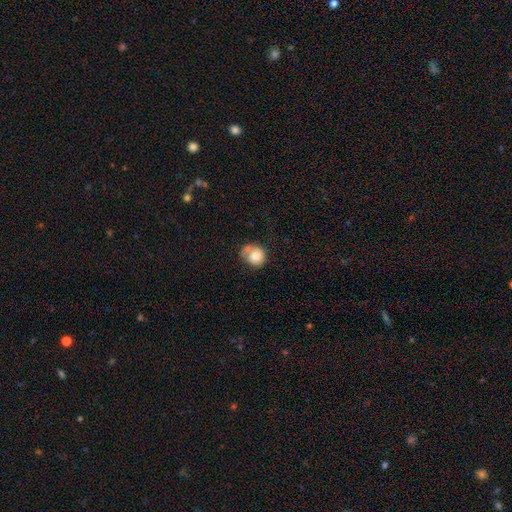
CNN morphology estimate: Smooth or featured?
  - smooth: 70% *
  - featured or disk: 23%
  - star or artifact: 8%
How rounded?
  - round: 78% *
  - in between: 21%
  - cigar-shaped: 1%
Merging?
  - none: 45% *
  - minor disturbance: 27%
  - major disturbance: 17%
  - merger: 11%